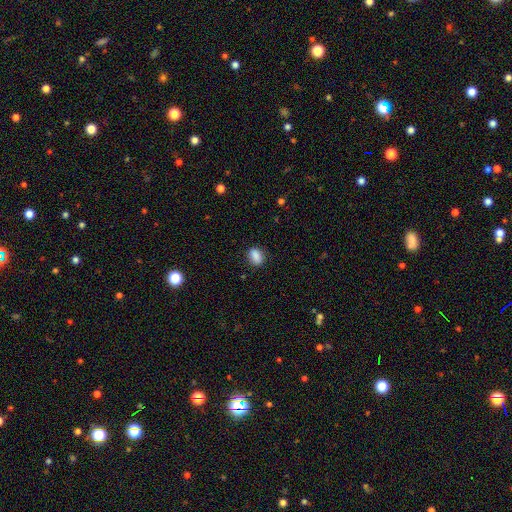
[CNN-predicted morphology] Q: Smooth or featured?
A: smooth (87%); runner-up: star or artifact (9%)
Q: How rounded?
A: in between (75%); runner-up: round (22%)
Q: Merging?
A: none (82%); runner-up: minor disturbance (14%)